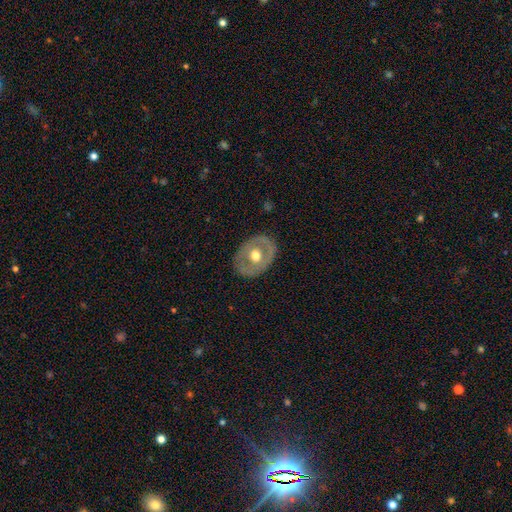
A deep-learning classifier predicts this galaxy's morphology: smooth_or_featured: featured or disk (p=0.55) [alt: smooth p=0.39]
disk_edge_on: no (p=0.92) [alt: yes p=0.08]
bar: no (p=0.85) [alt: weak p=0.11]
has_spiral_arms: no (p=0.87) [alt: yes p=0.13]
bulge_size: moderate (p=0.74) [alt: large p=0.18]
merging: none (p=0.80) [alt: minor disturbance p=0.14]